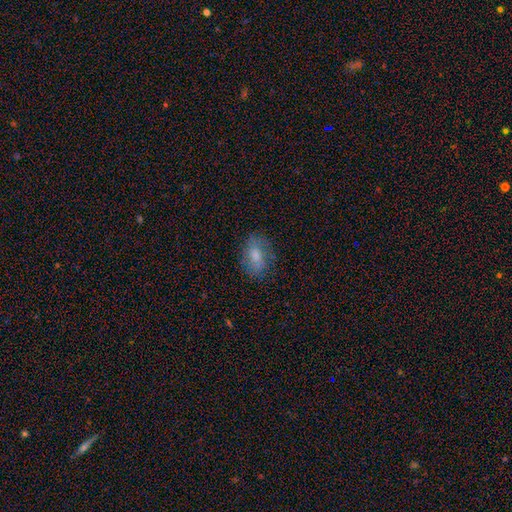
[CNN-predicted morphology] This appears to be a smooth galaxy with no disk features (70%) that is in between round and cigar-shaped (83%). Merging: none (70%).